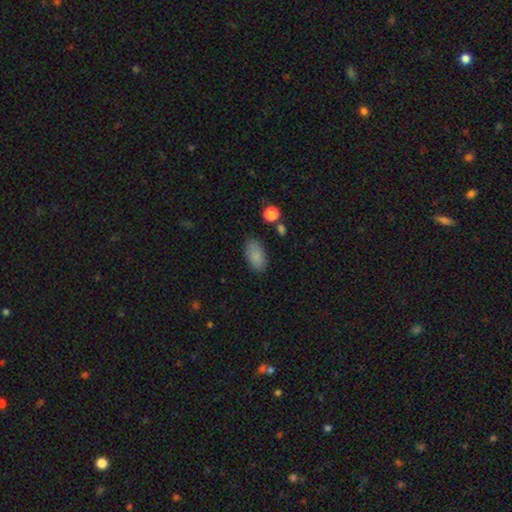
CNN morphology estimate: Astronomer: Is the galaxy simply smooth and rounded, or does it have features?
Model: smooth — 86%.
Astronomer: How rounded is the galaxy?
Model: in between — 93%.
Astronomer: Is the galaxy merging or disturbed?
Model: none — 83%.